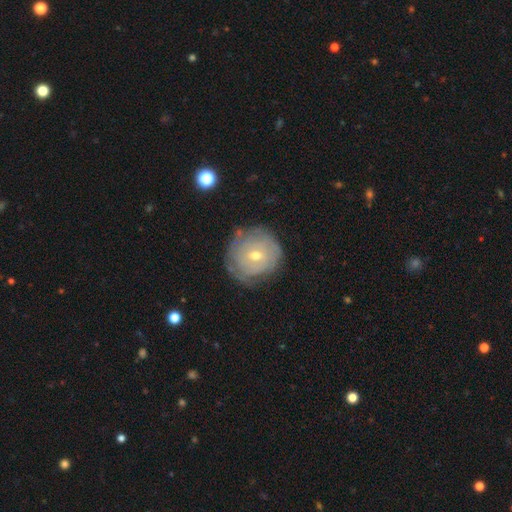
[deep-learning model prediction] smooth-or-featured: featured or disk: 60% | smooth: 32% | star or artifact: 8%
  disk-edge-on: no: 96% | yes: 4%
    bar: no: 61% | weak: 33% | strong: 7%
    has-spiral-arms: yes: 68% | no: 32%
    bulge-size: moderate: 49% | small: 48% | large: 1% | none: 1% | dominant: 1%
  merging: none: 73% | minor disturbance: 19% | major disturbance: 6% | merger: 2%